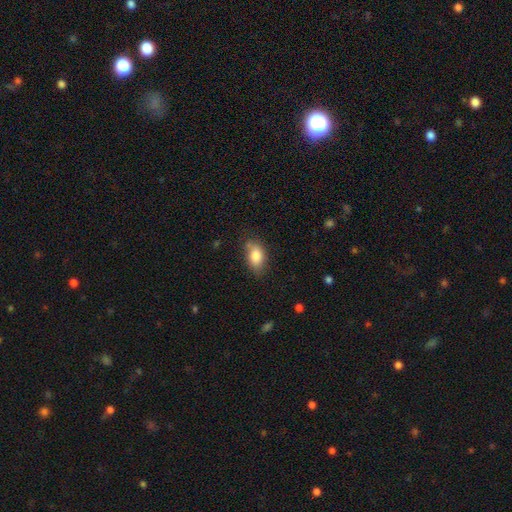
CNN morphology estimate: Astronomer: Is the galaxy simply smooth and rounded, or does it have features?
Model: smooth — 82%.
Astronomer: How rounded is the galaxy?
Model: in between — 89%.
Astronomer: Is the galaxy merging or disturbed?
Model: none — 68%.